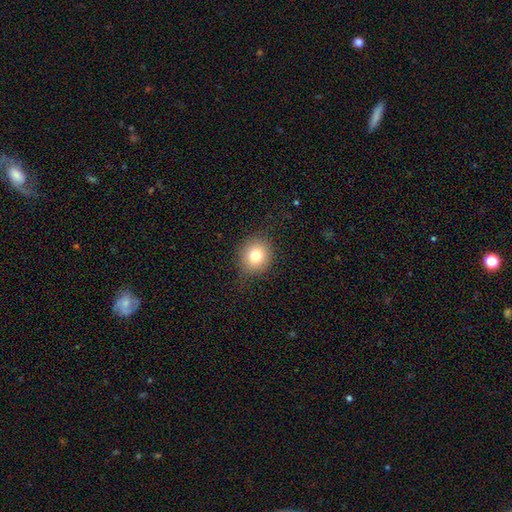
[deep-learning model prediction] Smooth or featured? Predicted: smooth (p=0.78). How rounded? Predicted: round (p=0.81). Merging? Predicted: none (p=0.82).